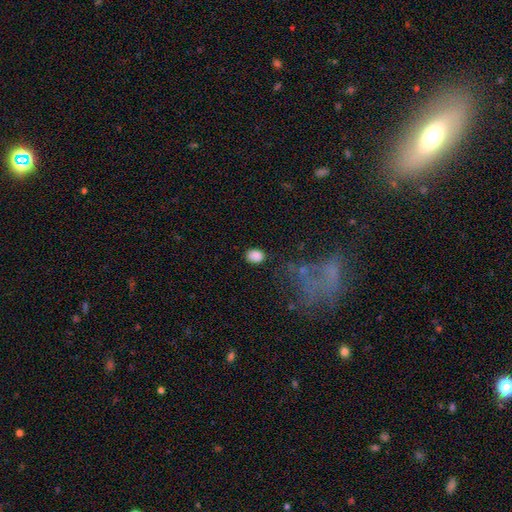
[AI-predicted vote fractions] Overall: smooth (86%). How rounded: in between (63%; round 35%). Merging: none (81%).